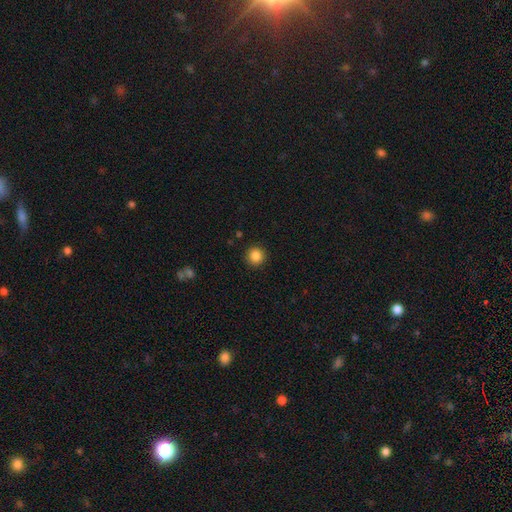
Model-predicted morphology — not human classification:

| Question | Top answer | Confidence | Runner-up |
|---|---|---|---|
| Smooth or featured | smooth | 85% | star or artifact (11%) |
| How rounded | round | 94% | in between (5%) |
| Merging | none | 92% | minor disturbance (5%) |